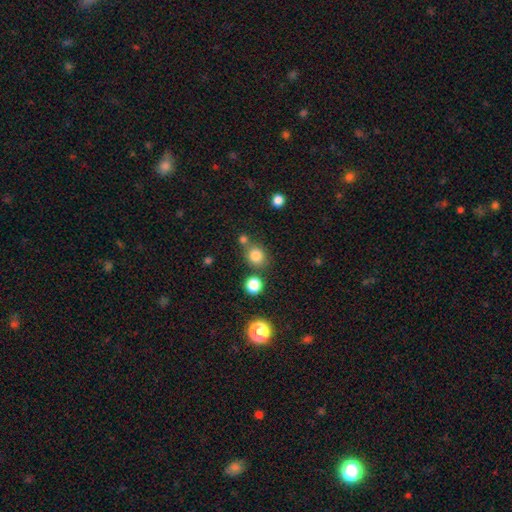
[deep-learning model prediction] Morphology: type=smooth (80%); roundness=round (82%); merging=none (70%).